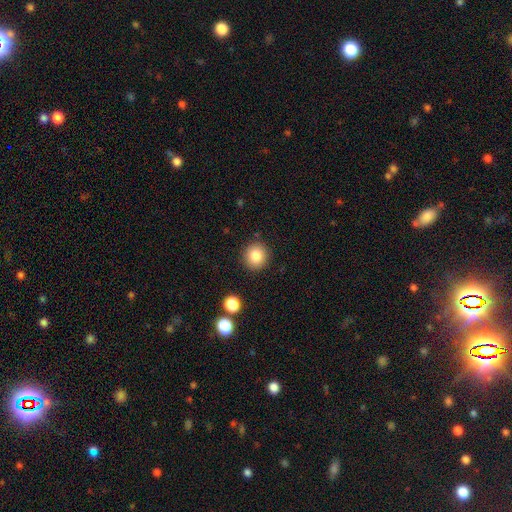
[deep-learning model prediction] A smooth galaxy with no disk features (84%) that is round (89%). Merging: none (89%).